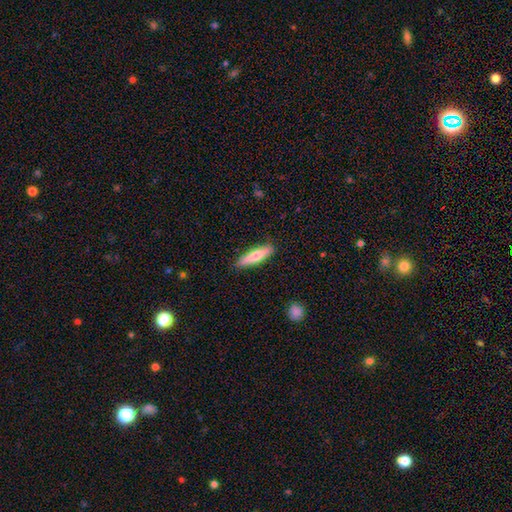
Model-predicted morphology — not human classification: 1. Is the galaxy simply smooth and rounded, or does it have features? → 68% smooth, 26% featured or disk, 6% star or artifact.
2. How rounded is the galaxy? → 76% cigar-shaped, 22% in between, 2% round.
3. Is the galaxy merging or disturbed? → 87% none, 10% minor disturbance, 2% major disturbance, 1% merger.